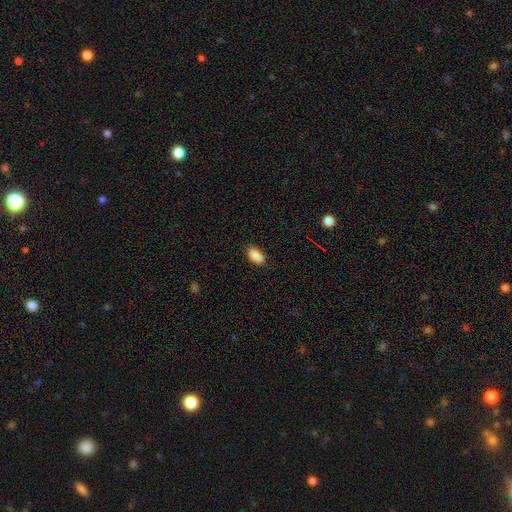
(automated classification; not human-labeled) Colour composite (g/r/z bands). It shows a smooth galaxy with no disk features (89%) that is in between round and cigar-shaped (93%). Merging: none (83%).